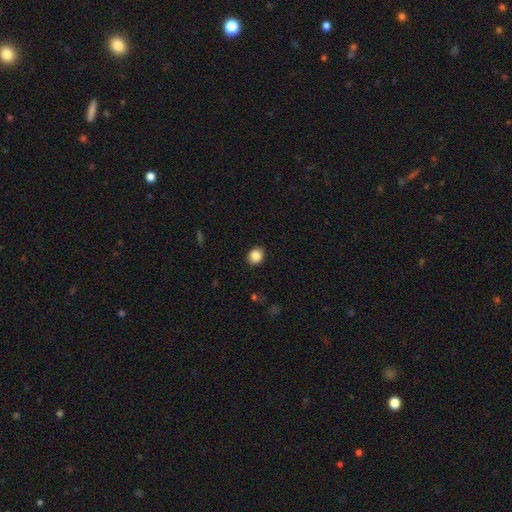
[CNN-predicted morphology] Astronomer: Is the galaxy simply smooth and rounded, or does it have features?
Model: smooth — 87%.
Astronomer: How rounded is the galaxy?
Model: round — 60% (runner-up: in between, 39%).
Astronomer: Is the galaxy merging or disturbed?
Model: none — 89%.